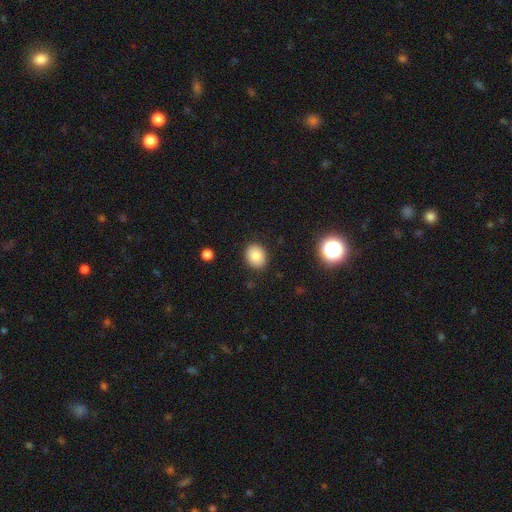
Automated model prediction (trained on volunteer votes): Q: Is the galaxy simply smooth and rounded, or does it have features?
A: smooth — 81%.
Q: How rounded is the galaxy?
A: round — 59%.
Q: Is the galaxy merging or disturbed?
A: none — 88%.